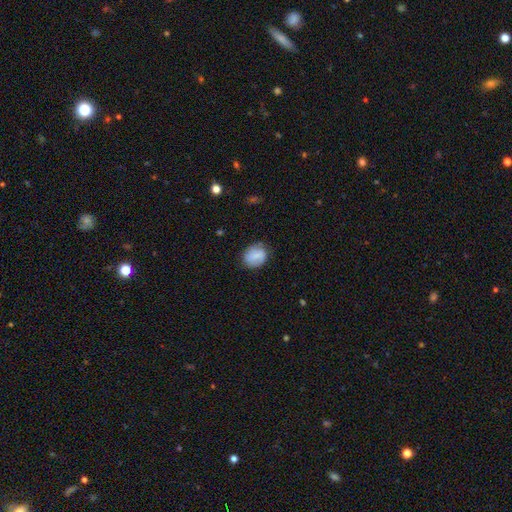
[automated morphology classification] Smooth or featured?
  - smooth: 70% *
  - featured or disk: 22%
  - star or artifact: 8%
How rounded?
  - round: 58% *
  - in between: 41%
  - cigar-shaped: 1%
Merging?
  - none: 75% *
  - minor disturbance: 18%
  - major disturbance: 5%
  - merger: 2%